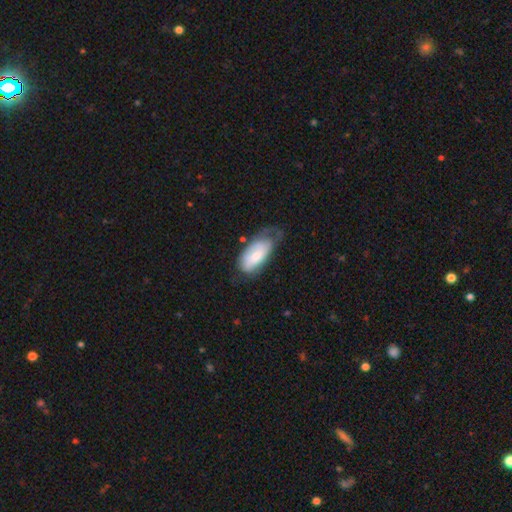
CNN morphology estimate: smooth_or_featured: smooth (p=0.57) [alt: featured or disk p=0.37]
how_rounded: in between (p=0.90) [alt: cigar-shaped p=0.07]
merging: minor disturbance (p=0.38) [alt: none p=0.36]